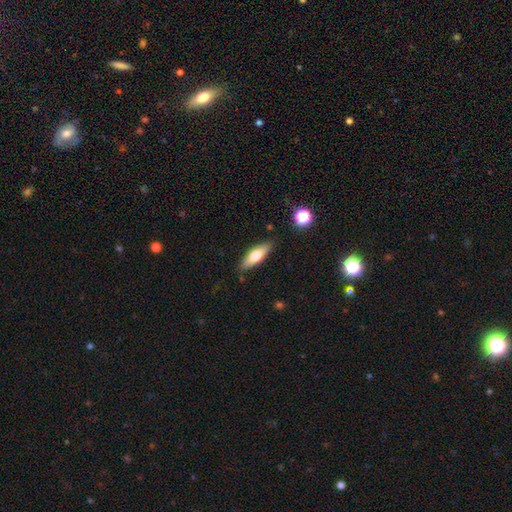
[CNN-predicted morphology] smooth-or-featured: smooth: 60% | featured or disk: 34% | star or artifact: 7%
  how-rounded: cigar-shaped: 50% | in between: 47% | round: 3%
  merging: none: 85% | minor disturbance: 10% | major disturbance: 2% | merger: 2%